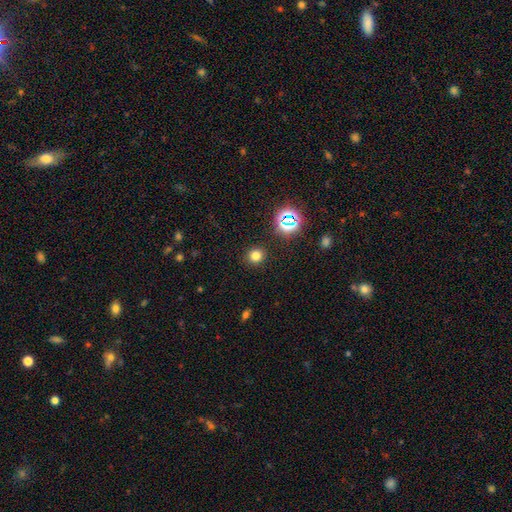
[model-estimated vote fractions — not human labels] Morphology: type=smooth (74%); roundness=round (91%); merging=none (90%).